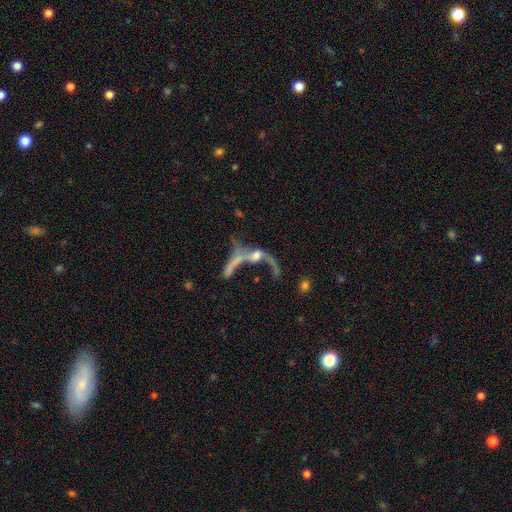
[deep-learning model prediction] Q: Smooth or featured?
A: featured or disk (59%); runner-up: smooth (22%)
Q: Edge-on disk?
A: no (68%); runner-up: yes (32%)
Q: Merging?
A: merger (48%); runner-up: major disturbance (23%)